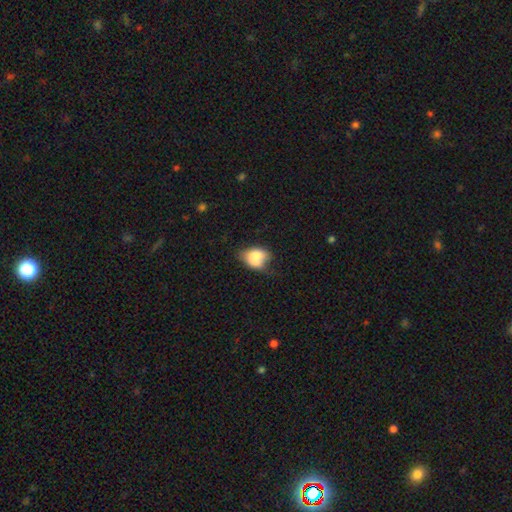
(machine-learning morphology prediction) smooth-or-featured: smooth: 70% | featured or disk: 21% | star or artifact: 9%
  how-rounded: in between: 69% | round: 30% | cigar-shaped: 1%
  merging: merger: 33% | none: 31% | minor disturbance: 24% | major disturbance: 11%